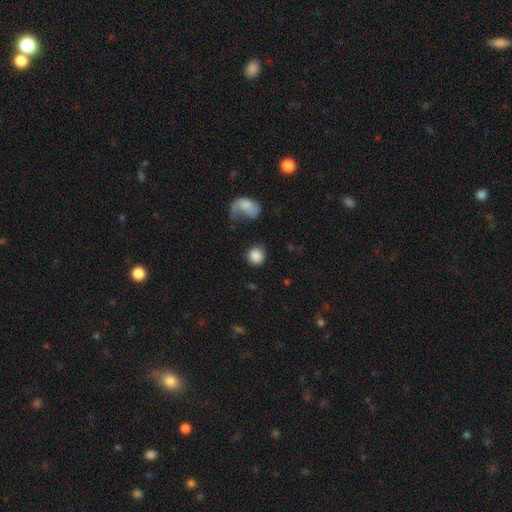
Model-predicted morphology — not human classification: smooth-or-featured: smooth: 85% | star or artifact: 8% | featured or disk: 7%
  how-rounded: round: 90% | in between: 9% | cigar-shaped: 1%
  merging: none: 71% | minor disturbance: 12% | major disturbance: 10% | merger: 6%